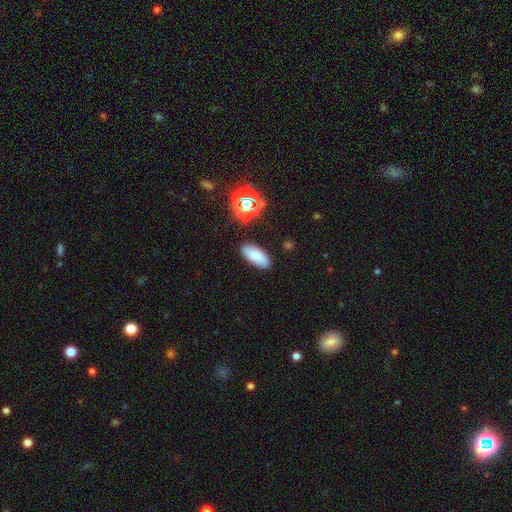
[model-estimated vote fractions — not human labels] smooth-or-featured: smooth: 77% | featured or disk: 12% | star or artifact: 12%
  how-rounded: in between: 87% | cigar-shaped: 10% | round: 3%
  merging: none: 85% | minor disturbance: 11% | major disturbance: 3% | merger: 2%